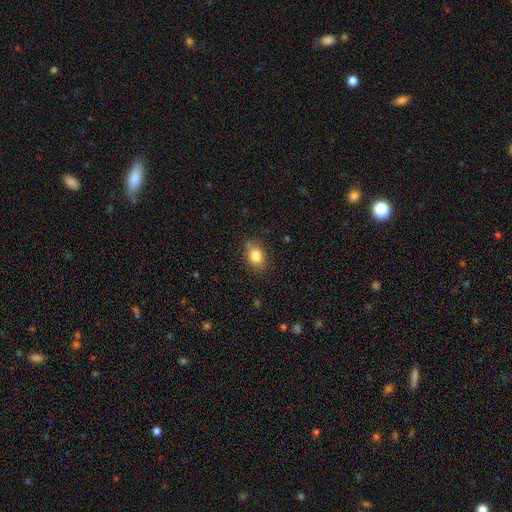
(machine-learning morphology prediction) Q: Smooth or featured?
A: smooth (83%); runner-up: star or artifact (10%)
Q: How rounded?
A: in between (62%); runner-up: round (36%)
Q: Merging?
A: none (77%); runner-up: minor disturbance (17%)